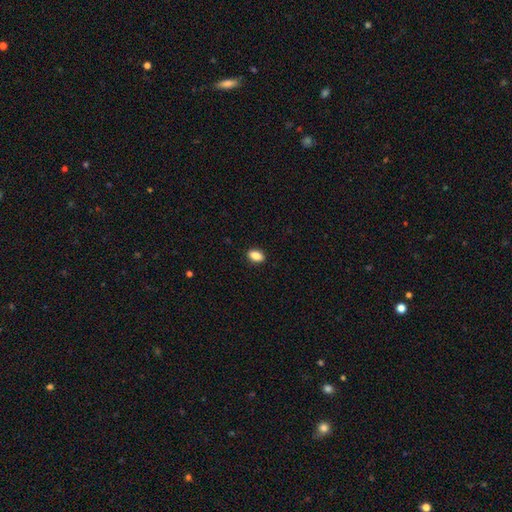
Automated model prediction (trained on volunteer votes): Smooth or featured? smooth (86%)
How rounded? in between (86%)
Merging? none (90%)